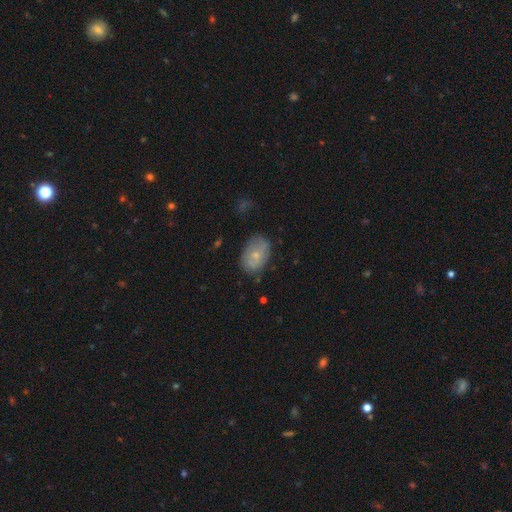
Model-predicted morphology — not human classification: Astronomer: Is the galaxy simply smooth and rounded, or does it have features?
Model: smooth — 57% (runner-up: featured or disk, 36%).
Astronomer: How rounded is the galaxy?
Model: in between — 82%.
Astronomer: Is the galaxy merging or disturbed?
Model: none — 69%.